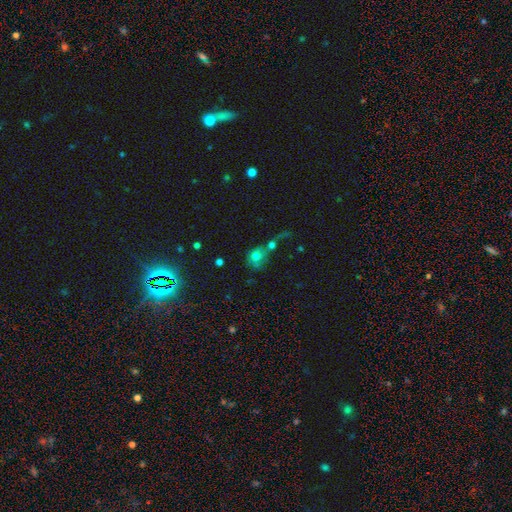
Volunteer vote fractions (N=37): Volunteers were most divided on "how rounded": round: 57%, in between: 43%, cigar-shaped: 0%. More confident: merging — merger (71%); smooth or featured — smooth (62%).